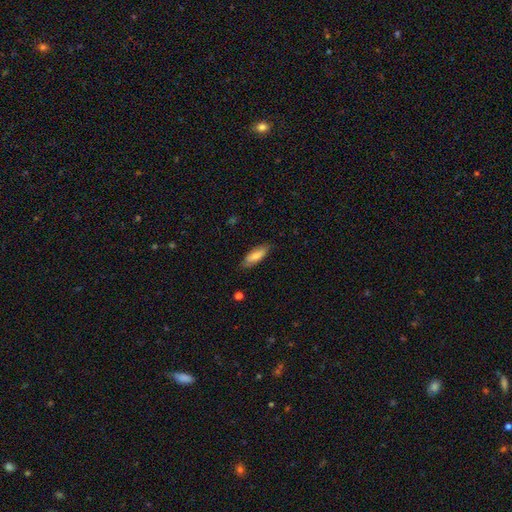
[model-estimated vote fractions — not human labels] smooth 71%, featured or disk 22%, star or artifact 6%. Down the decision tree: how rounded — in between (63%); merging — none (80%).